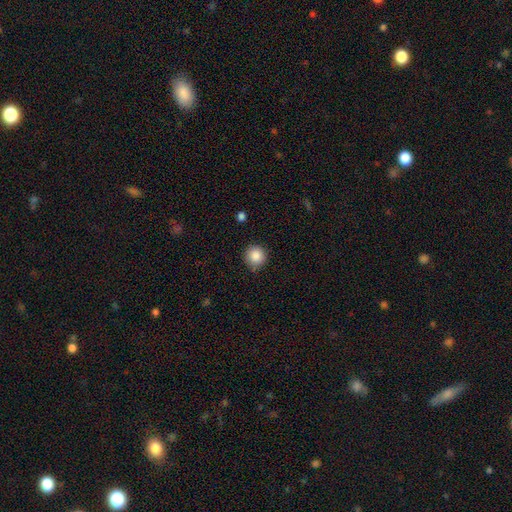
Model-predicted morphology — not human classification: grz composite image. It shows a smooth galaxy with no disk features (87%) that is round (94%). Merging: none (83%).